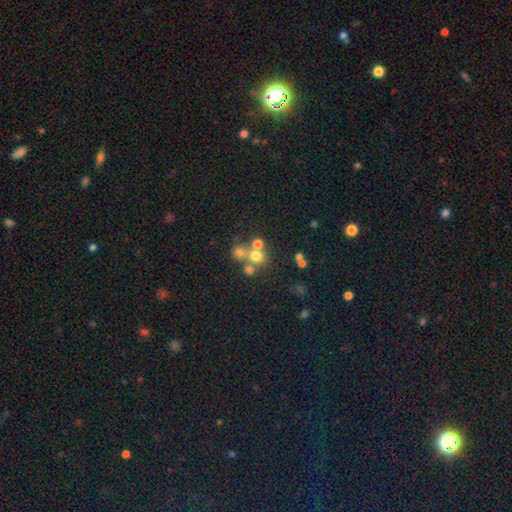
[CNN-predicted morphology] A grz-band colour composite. It shows a smooth galaxy with no disk features (63%) that is round (85%). Merging: none (50%).